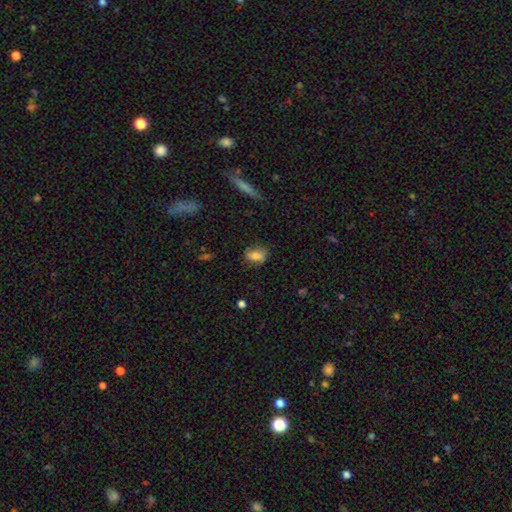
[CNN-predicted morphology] Smooth or featured: smooth — 78% (featured or disk — 14%)
How rounded: in between — 80% (round — 16%)
Merging: none — 73% (minor disturbance — 20%)